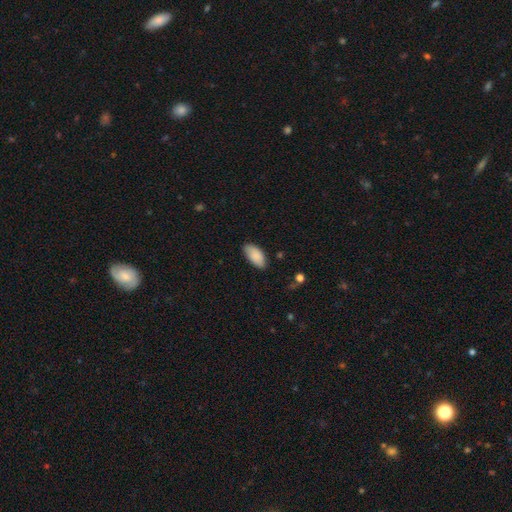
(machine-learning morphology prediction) This is clearly a smooth galaxy (88%). How rounded: clearly in between (93%). Merging: likely none (80%).